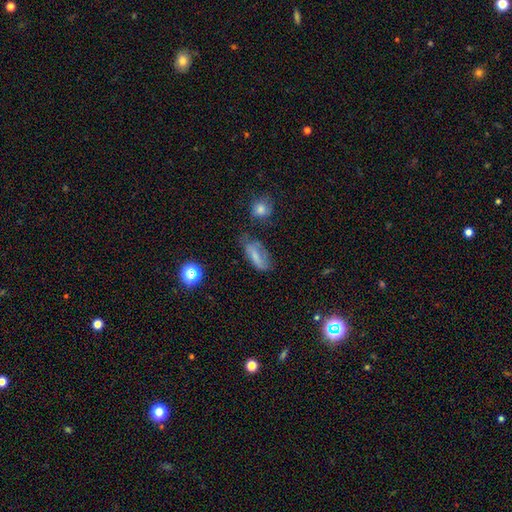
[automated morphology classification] smooth-or-featured: smooth: 60% | featured or disk: 28% | star or artifact: 12%
  how-rounded: in between: 74% | cigar-shaped: 21% | round: 5%
  merging: none: 47% | minor disturbance: 30% | major disturbance: 16% | merger: 6%